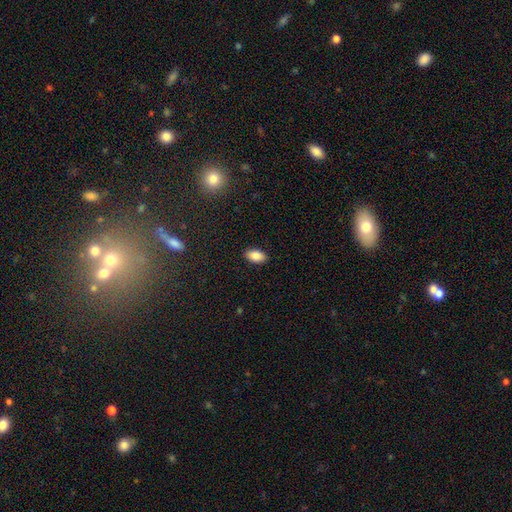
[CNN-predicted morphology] A smooth galaxy with no disk features (87%) that is in between round and cigar-shaped (94%). Merging: none (89%).